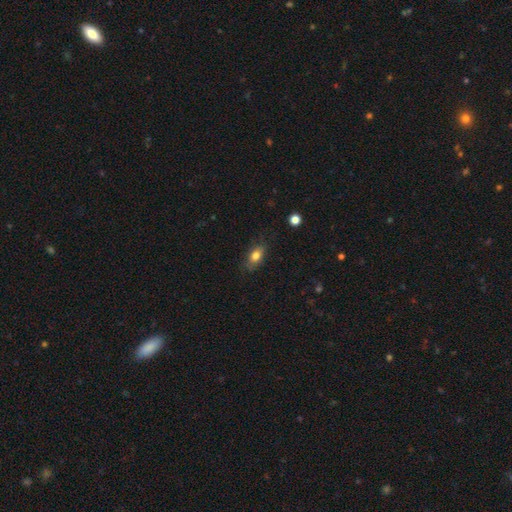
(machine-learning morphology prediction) A smooth galaxy with no disk features (79%) that is in between round and cigar-shaped (83%). Merging: none (75%).